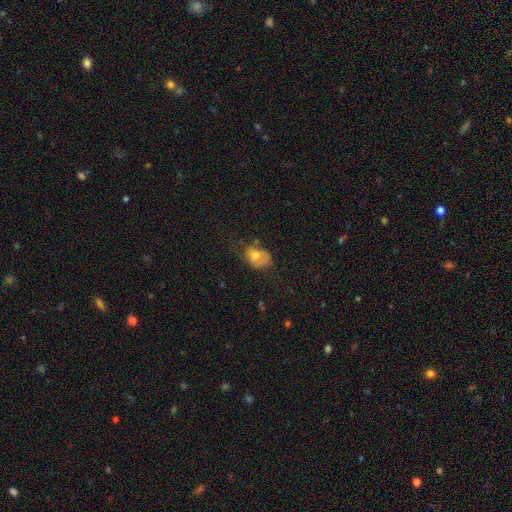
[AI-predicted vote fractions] A smooth galaxy with no disk features (67%) that is in between round and cigar-shaped (69%). Merging: none (38%).